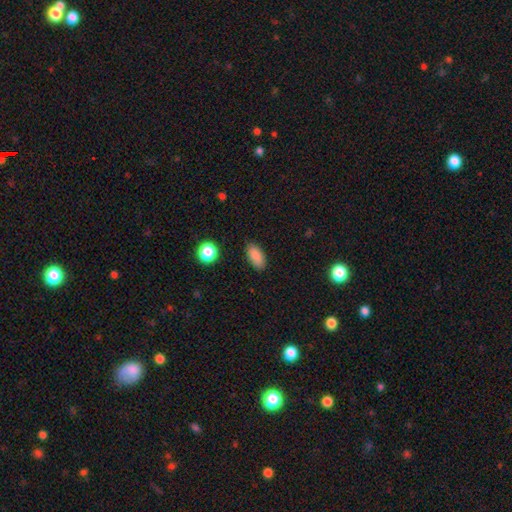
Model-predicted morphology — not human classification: This appears to be a smooth galaxy with no disk features (87%) that is in between round and cigar-shaped (90%). Merging: none (87%).